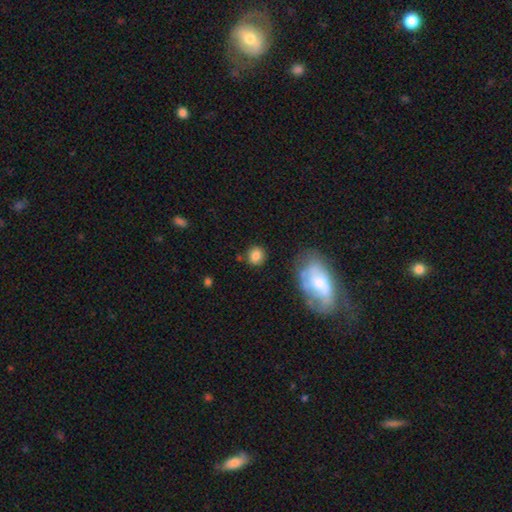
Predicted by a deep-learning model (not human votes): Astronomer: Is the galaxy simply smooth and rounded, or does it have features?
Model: smooth — 81%.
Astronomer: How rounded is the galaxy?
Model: round — 81%.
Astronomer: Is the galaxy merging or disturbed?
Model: none — 80%.